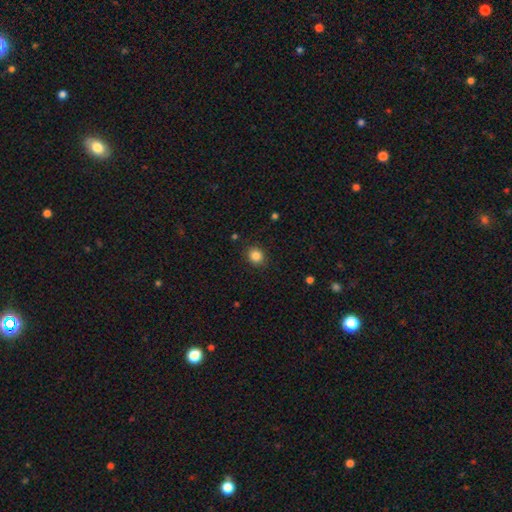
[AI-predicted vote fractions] This is clearly a smooth galaxy (85%). How rounded: likely round (77%). Merging: clearly none (89%).